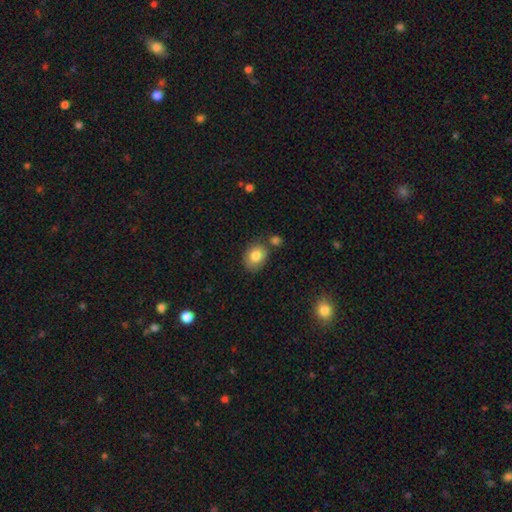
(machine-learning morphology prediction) This is clearly a smooth galaxy (81%). How rounded: possibly in between (53%). Merging: likely none (72%).